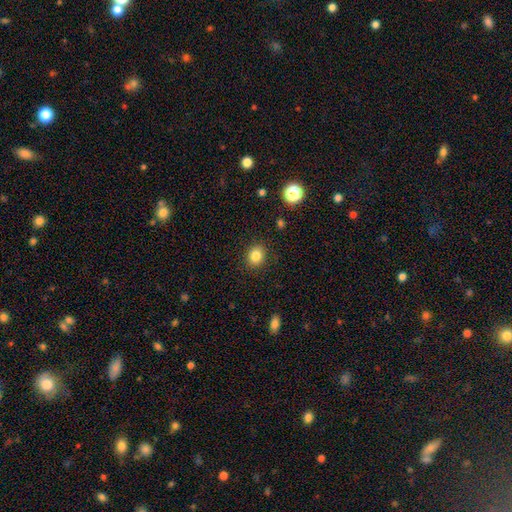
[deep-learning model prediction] A smooth galaxy with no disk features (84%) that is round (63%).

Vote fractions:
- Smooth or featured? smooth: 84% / star or artifact: 11% / featured or disk: 6%
- How rounded? round: 63% / in between: 37% / cigar-shaped: 1%
- Merging? none: 89% / minor disturbance: 8% / major disturbance: 2% / merger: 1%